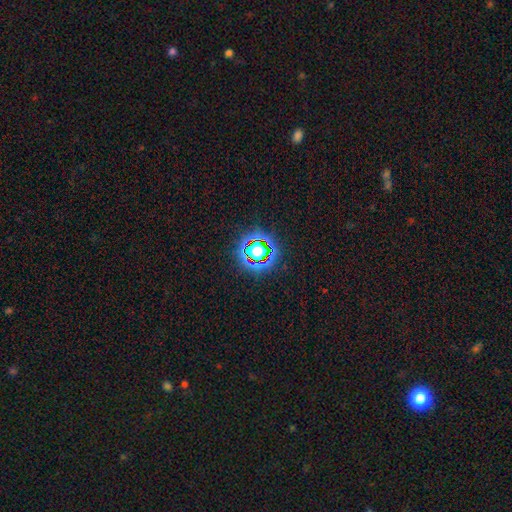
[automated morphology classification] Smooth or featured: star or artifact — 78% (smooth — 14%)